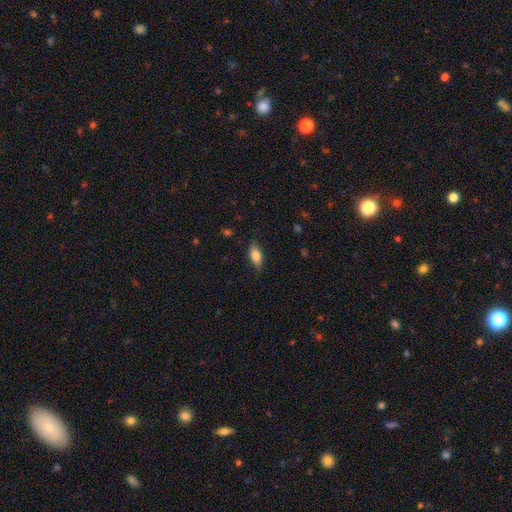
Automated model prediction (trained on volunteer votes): Smooth or featured? Predicted: smooth (p=0.76). How rounded? Predicted: in between (p=0.84). Merging? Predicted: none (p=0.78).